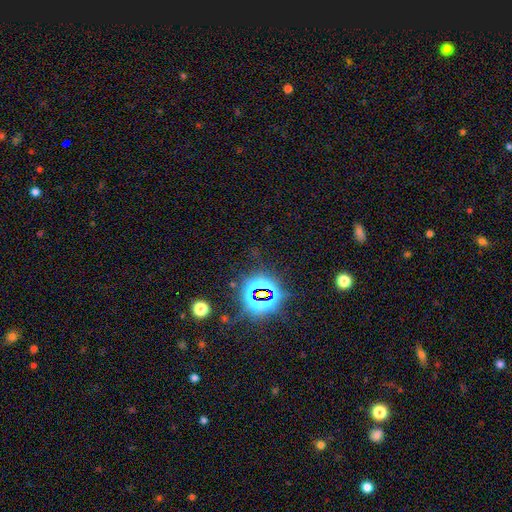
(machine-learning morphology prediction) Smooth or featured?
  - star or artifact: 79% *
  - smooth: 13%
  - featured or disk: 8%